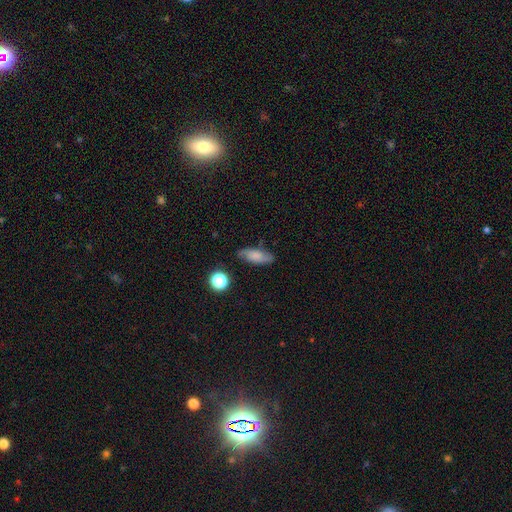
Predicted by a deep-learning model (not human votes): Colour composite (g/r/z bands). It shows a smooth galaxy with no disk features (64%) that is in between round and cigar-shaped (72%). Merging: none (77%).